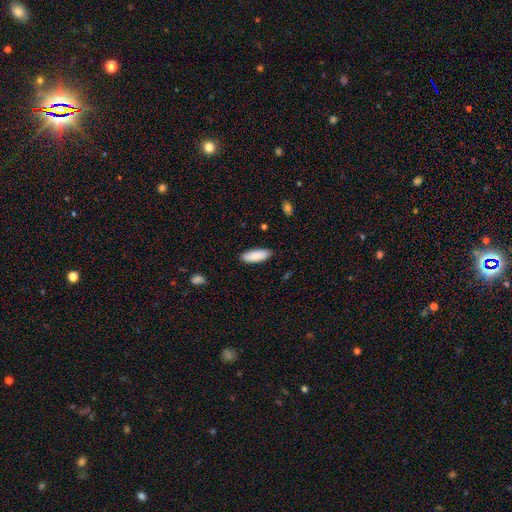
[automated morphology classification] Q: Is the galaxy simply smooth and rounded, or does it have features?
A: smooth — 88%.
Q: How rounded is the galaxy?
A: in between — 65%.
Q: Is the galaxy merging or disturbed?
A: none — 88%.